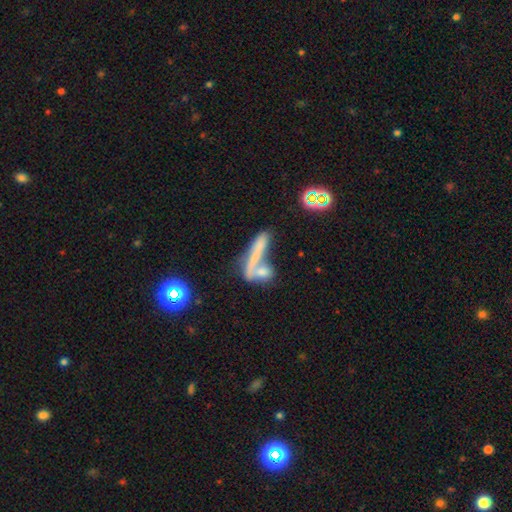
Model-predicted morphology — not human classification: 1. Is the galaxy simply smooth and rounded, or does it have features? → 51% smooth, 36% featured or disk, 14% star or artifact.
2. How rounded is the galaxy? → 73% cigar-shaped, 20% in between, 7% round.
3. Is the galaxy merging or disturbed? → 52% merger, 28% none, 10% major disturbance, 10% minor disturbance.